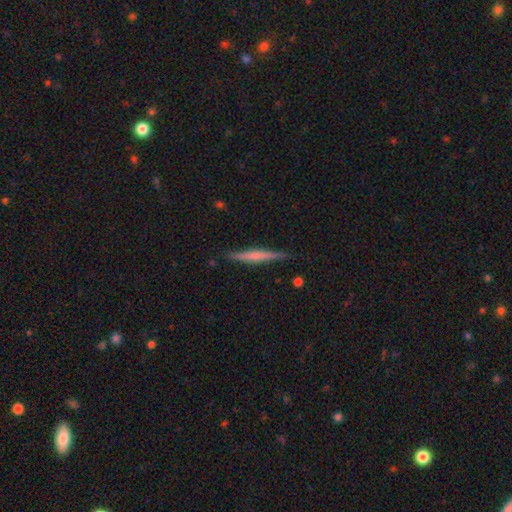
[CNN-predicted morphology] A featured or disk galaxy (54%) viewed edge-on (98%) with no central bulge (43%).

Vote fractions:
- Smooth or featured? featured or disk: 54% / smooth: 40% / star or artifact: 6%
- Edge-on disk? yes: 98% / no: 2%
- Edge-on bulge? none: 43% / rounded: 35% / boxy: 21%
- Merging? none: 88% / minor disturbance: 9% / major disturbance: 2% / merger: 1%